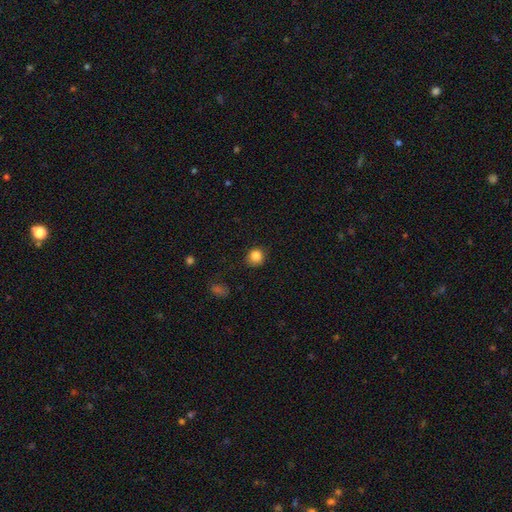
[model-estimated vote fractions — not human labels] The model was most divided on "smooth or featured": smooth: 85%, star or artifact: 11%, featured or disk: 5%. More confident: how rounded — round (89%); merging — none (86%).